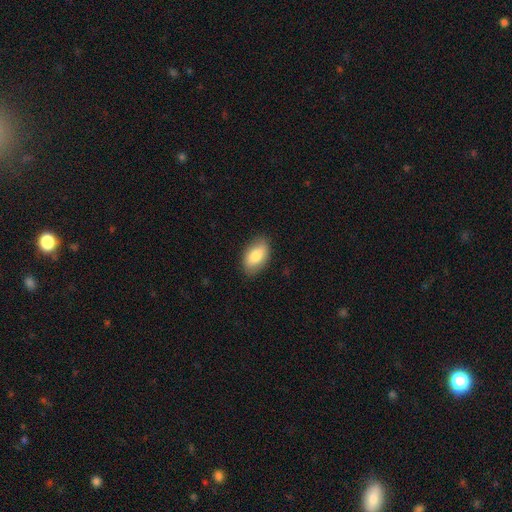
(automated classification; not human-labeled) This appears to be a smooth galaxy with no disk features (80%) that is in between round and cigar-shaped (92%). Merging: none (85%).